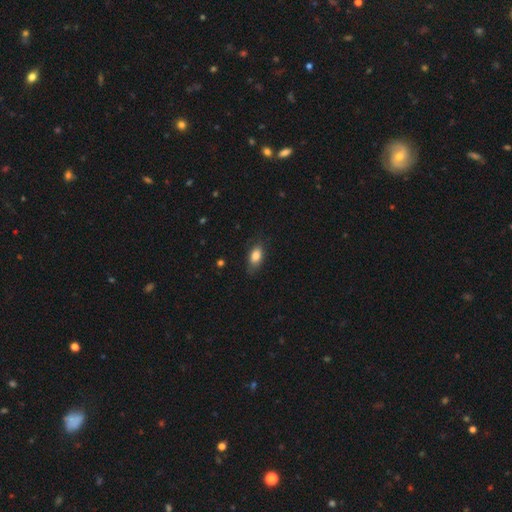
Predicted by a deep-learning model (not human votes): Overall: smooth (82%). How rounded: in between (87%). Merging: none (74%).